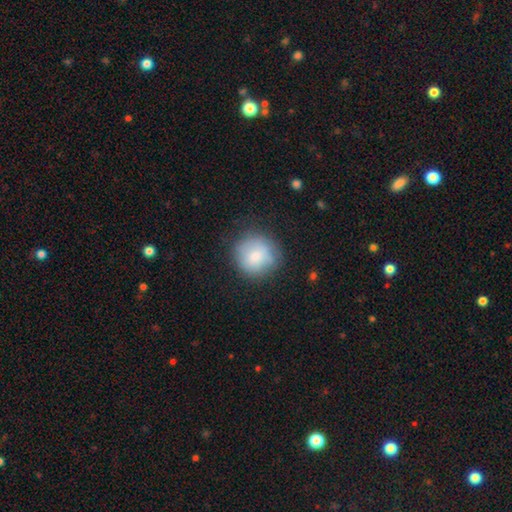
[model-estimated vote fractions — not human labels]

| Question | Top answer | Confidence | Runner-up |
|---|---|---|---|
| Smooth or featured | smooth | 76% | featured or disk (16%) |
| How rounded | round | 92% | in between (7%) |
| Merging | none | 74% | minor disturbance (19%) |